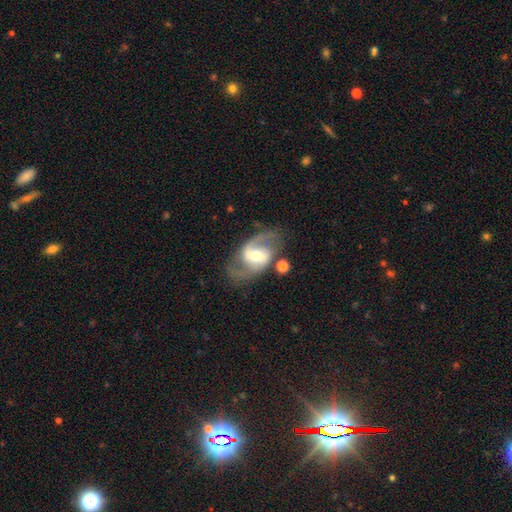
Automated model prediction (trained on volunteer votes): smooth-or-featured: featured or disk: 83% | smooth: 11% | star or artifact: 6%
  disk-edge-on: no: 96% | yes: 4%
    bar: weak: 44% | strong: 37% | no: 19%
    has-spiral-arms: yes: 91% | no: 9%
      spiral-winding: medium: 53% | loose: 33% | tight: 14%
      spiral-arm-count: 2: 88% | can't tell: 5% | 1: 4% | 3: 2% | 4: 1% | more than 4: 1%
    bulge-size: moderate: 53% | small: 37% | large: 7% | none: 1% | dominant: 1%
  merging: none: 72% | minor disturbance: 15% | major disturbance: 9% | merger: 5%